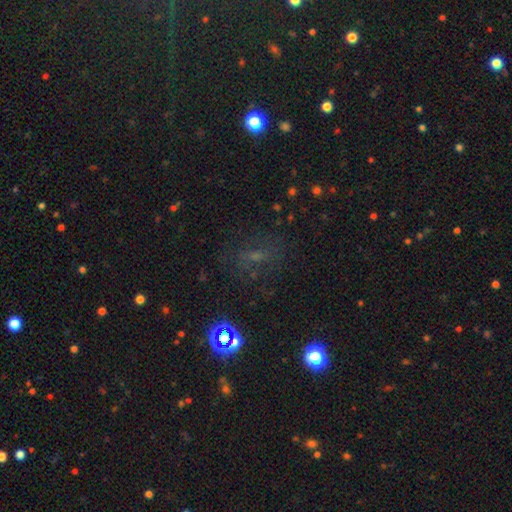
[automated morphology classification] A star or artifact, not a galaxy (40%).

Vote fractions:
- Smooth or featured? star or artifact: 40% / smooth: 36% / featured or disk: 24%